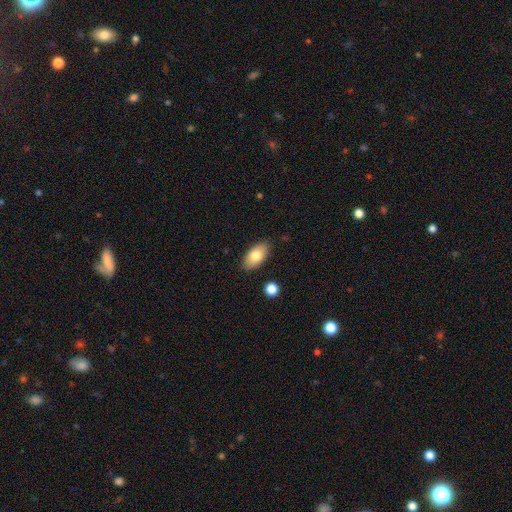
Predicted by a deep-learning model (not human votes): Smooth or featured: smooth — 78% (featured or disk — 15%)
How rounded: in between — 93% (cigar-shaped — 4%)
Merging: none — 86% (minor disturbance — 11%)